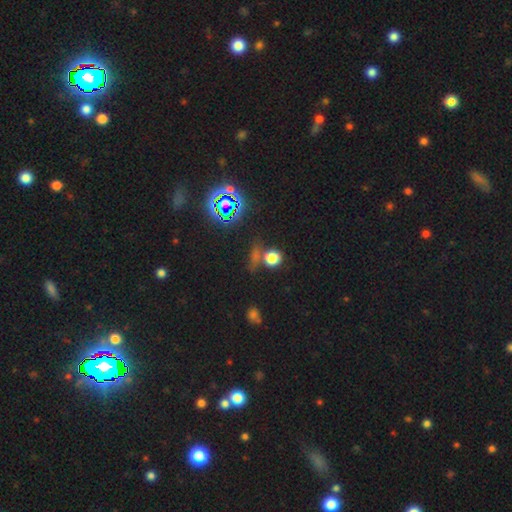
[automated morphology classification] The model was most divided on "smooth or featured": star or artifact: 51%, smooth: 39%, featured or disk: 9%.